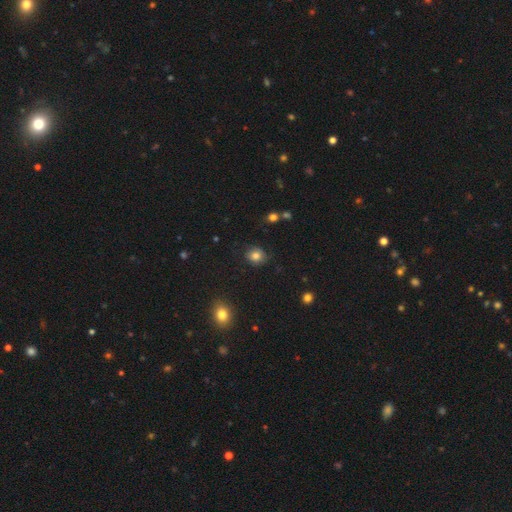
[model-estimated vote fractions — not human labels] Overall: smooth (81%). How rounded: round (78%). Merging: none (82%).